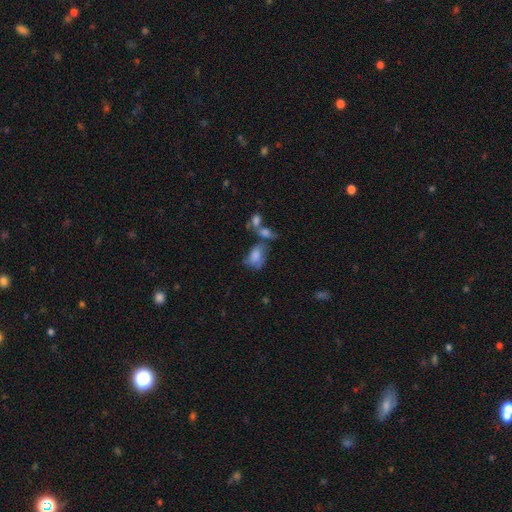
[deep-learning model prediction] smooth-or-featured: smooth: 63% | featured or disk: 26% | star or artifact: 11%
  how-rounded: in between: 83% | round: 15% | cigar-shaped: 2%
  merging: merger: 30% | none: 28% | minor disturbance: 21% | major disturbance: 20%